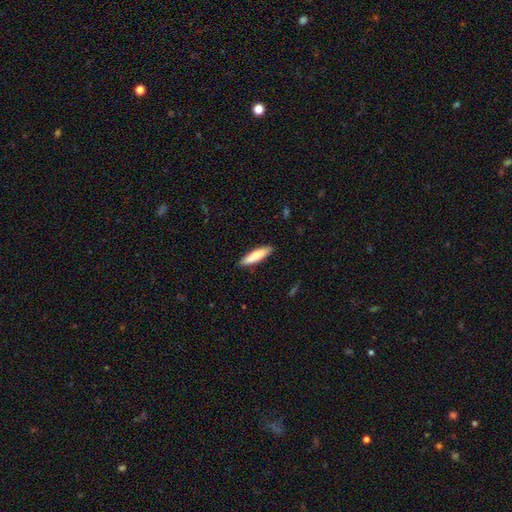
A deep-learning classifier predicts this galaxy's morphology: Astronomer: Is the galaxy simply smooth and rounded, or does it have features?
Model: smooth — 76%.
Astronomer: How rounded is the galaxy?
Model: cigar-shaped — 75%.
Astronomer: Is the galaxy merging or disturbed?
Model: none — 89%.